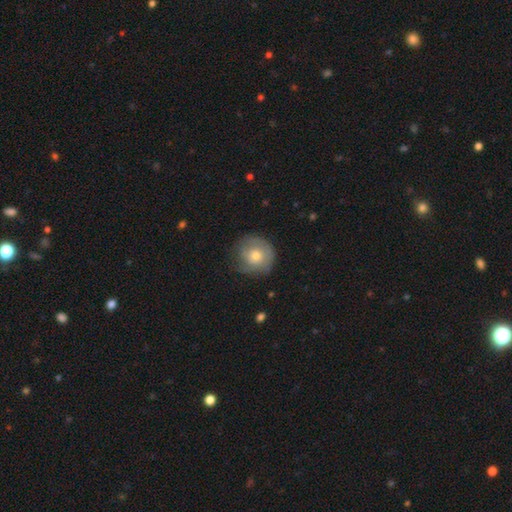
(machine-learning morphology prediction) Smooth or featured: smooth — 52% (featured or disk — 40%)
How rounded: round — 91% (in between — 8%)
Merging: none — 70% (minor disturbance — 21%)